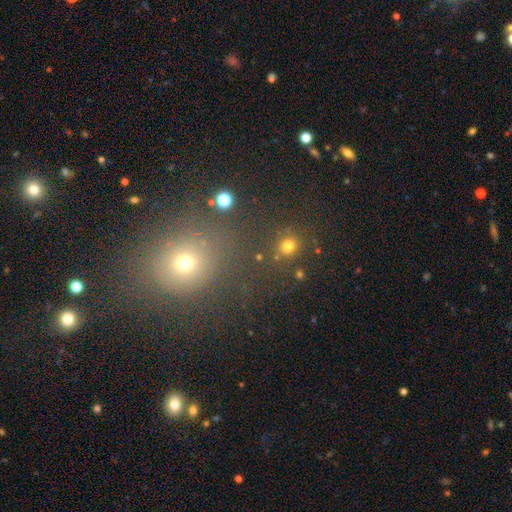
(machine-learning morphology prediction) Smooth or featured: smooth — 51% (star or artifact — 41%)
How rounded: round — 67% (in between — 31%)
Merging: none — 82% (minor disturbance — 9%)